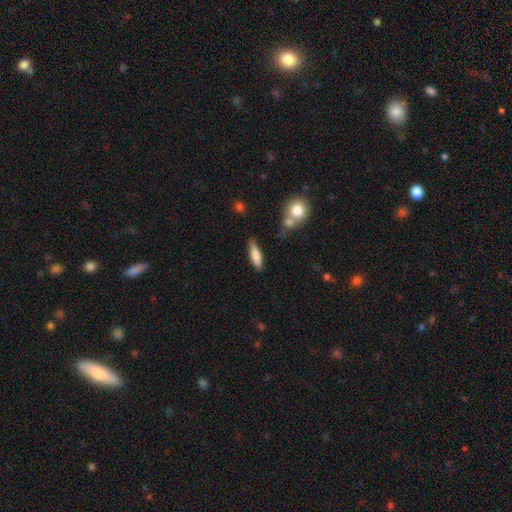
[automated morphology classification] The model was most divided on "how rounded": cigar-shaped: 68%, in between: 30%, round: 2%. More confident: merging — none (78%); smooth or featured — smooth (76%).